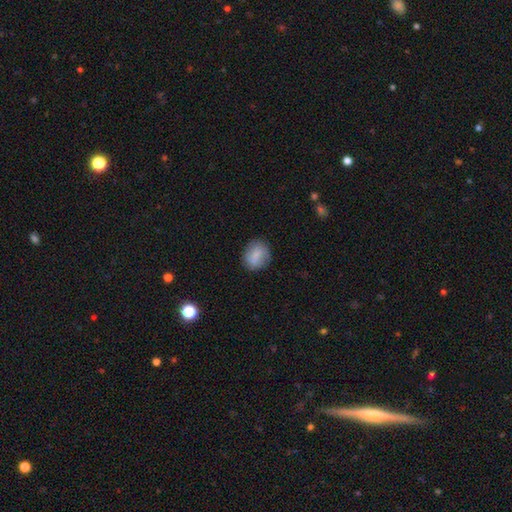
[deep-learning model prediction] Smooth or featured? smooth (80%)
How rounded? round (66%)
Merging? none (81%)